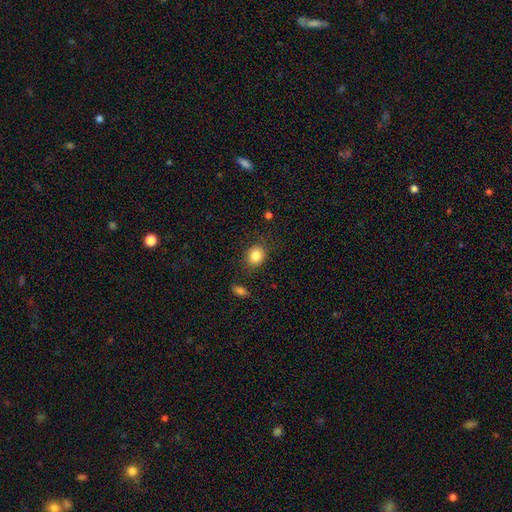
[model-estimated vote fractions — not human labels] This is clearly a smooth galaxy (84%). How rounded: likely round (64%). Merging: clearly none (84%).